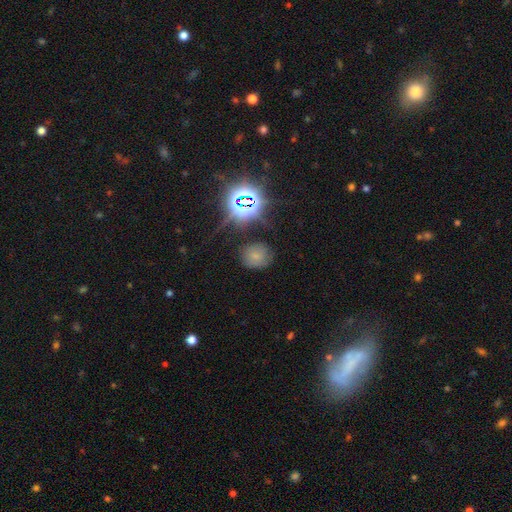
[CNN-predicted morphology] Overall: smooth (54%; star or artifact 30%). How rounded: round (67%; in between 31%). Merging: none (73%).